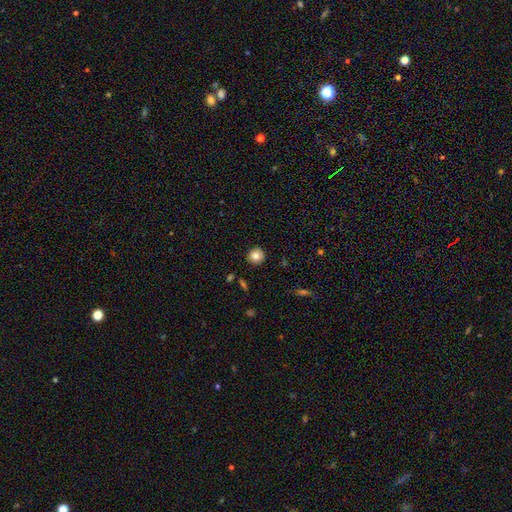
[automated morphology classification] smooth_or_featured: smooth (p=0.82) [alt: star or artifact p=0.10]
how_rounded: round (p=0.92) [alt: in between p=0.07]
merging: none (p=0.91) [alt: minor disturbance p=0.06]